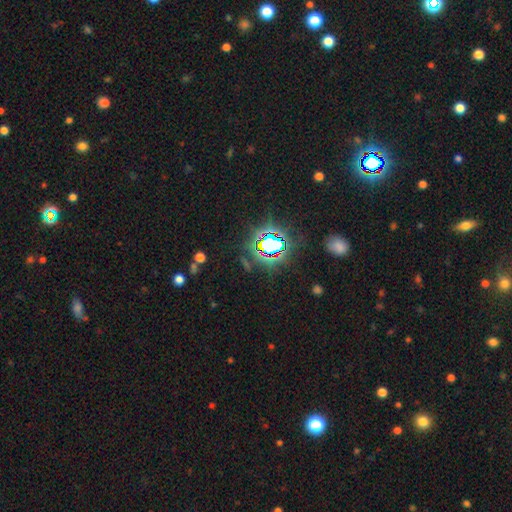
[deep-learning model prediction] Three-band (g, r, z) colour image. It shows a star or artifact, not a galaxy (83%).